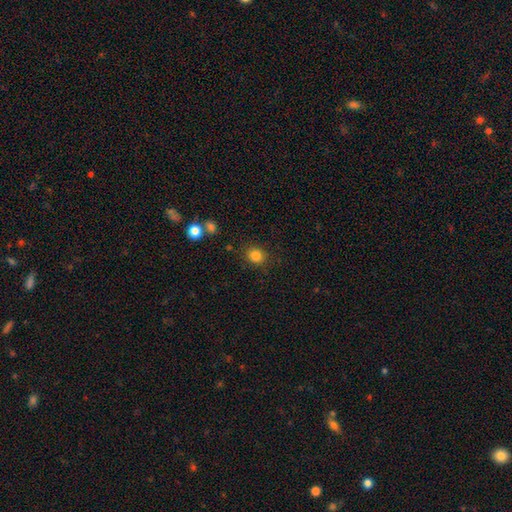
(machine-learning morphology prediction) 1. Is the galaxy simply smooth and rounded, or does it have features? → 84% smooth, 11% star or artifact, 5% featured or disk.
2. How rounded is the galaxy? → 82% round, 17% in between, 1% cigar-shaped.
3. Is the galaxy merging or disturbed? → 87% none, 8% minor disturbance, 3% major disturbance, 2% merger.